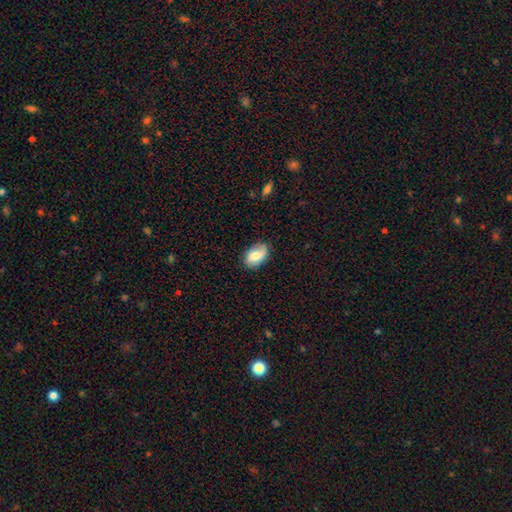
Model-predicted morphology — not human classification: Smooth or featured: smooth — 73% (featured or disk — 19%)
How rounded: in between — 87% (round — 11%)
Merging: none — 75% (minor disturbance — 19%)